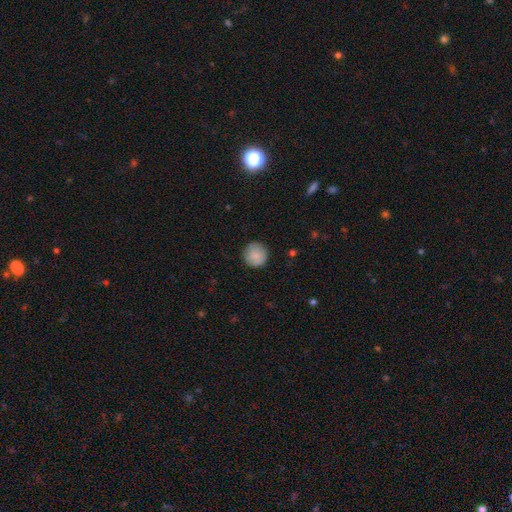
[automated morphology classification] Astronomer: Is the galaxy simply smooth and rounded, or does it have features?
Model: smooth — 87%.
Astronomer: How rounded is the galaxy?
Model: round — 94%.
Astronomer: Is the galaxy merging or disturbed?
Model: none — 89%.